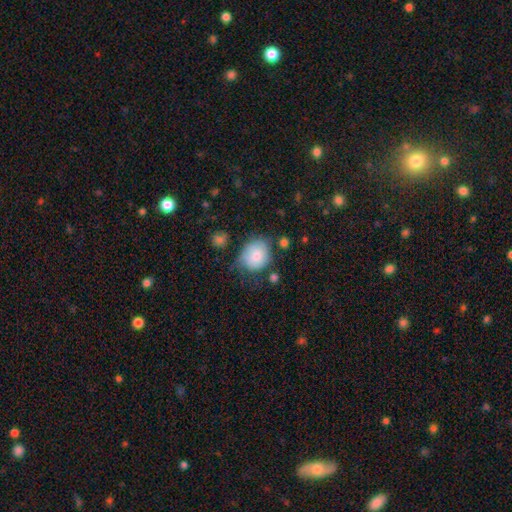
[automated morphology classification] Smooth or featured? Predicted: smooth (p=0.79). How rounded? Predicted: round (p=0.71). Merging? Predicted: none (p=0.51).